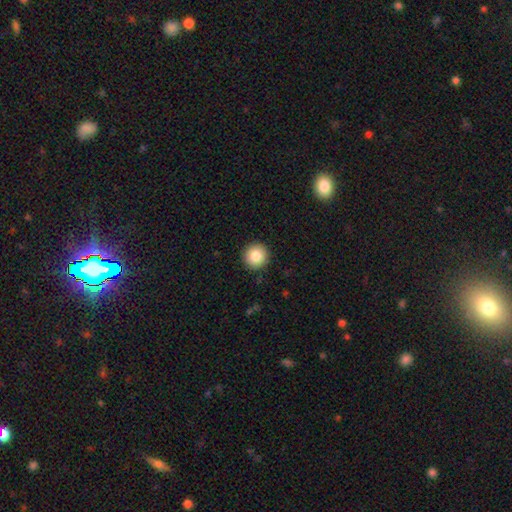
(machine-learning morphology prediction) smooth_or_featured: smooth (p=0.85) [alt: star or artifact p=0.09]
how_rounded: round (p=0.96) [alt: in between p=0.03]
merging: none (p=0.92) [alt: minor disturbance p=0.05]